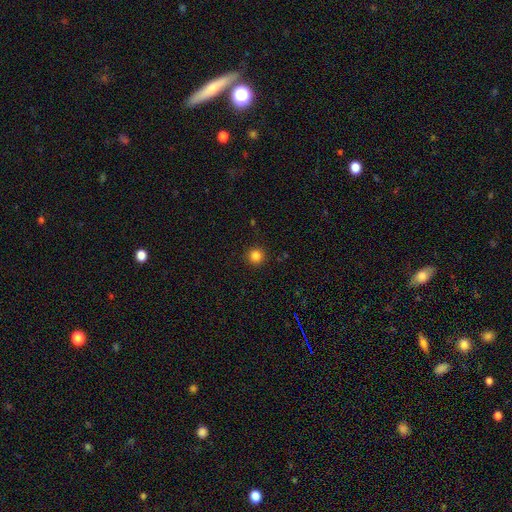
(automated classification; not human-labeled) smooth_or_featured: smooth (p=0.84) [alt: star or artifact p=0.13]
how_rounded: round (p=0.94) [alt: in between p=0.05]
merging: none (p=0.92) [alt: minor disturbance p=0.05]